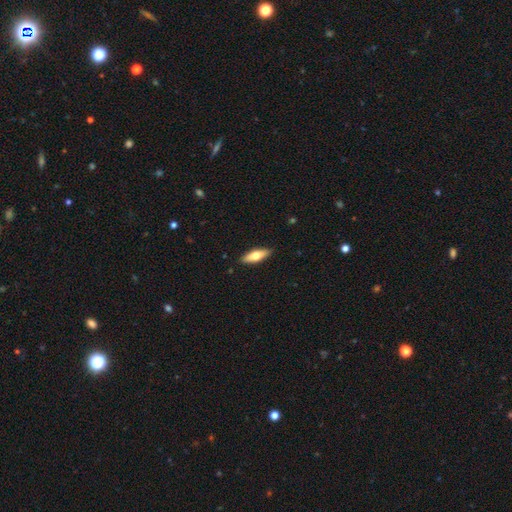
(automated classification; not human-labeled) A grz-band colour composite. It shows a smooth galaxy with no disk features (60%) that is in between round and cigar-shaped (56%). Merging: none (90%).